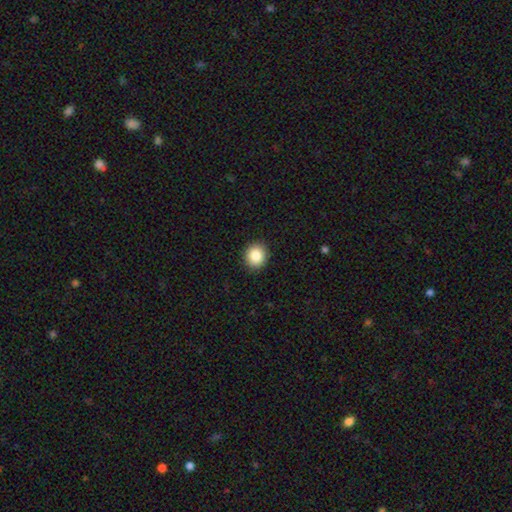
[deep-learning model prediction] Smooth or featured? Predicted: smooth (p=0.86). How rounded? Predicted: round (p=0.77). Merging? Predicted: none (p=0.91).